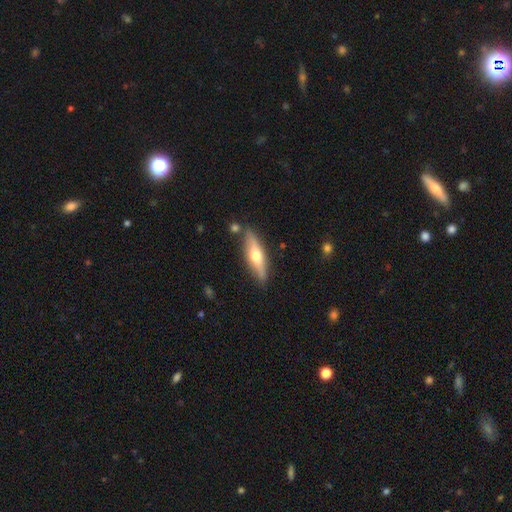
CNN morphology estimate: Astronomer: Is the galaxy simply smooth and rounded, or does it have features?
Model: featured or disk — 49% (runner-up: smooth, 46%).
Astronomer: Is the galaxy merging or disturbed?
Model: none — 81%.